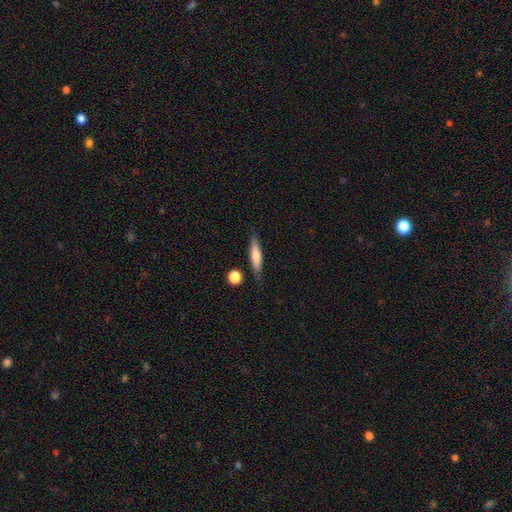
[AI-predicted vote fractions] Q: Smooth or featured?
A: smooth (64%); runner-up: featured or disk (29%)
Q: How rounded?
A: cigar-shaped (84%); runner-up: in between (14%)
Q: Merging?
A: none (80%); runner-up: minor disturbance (13%)